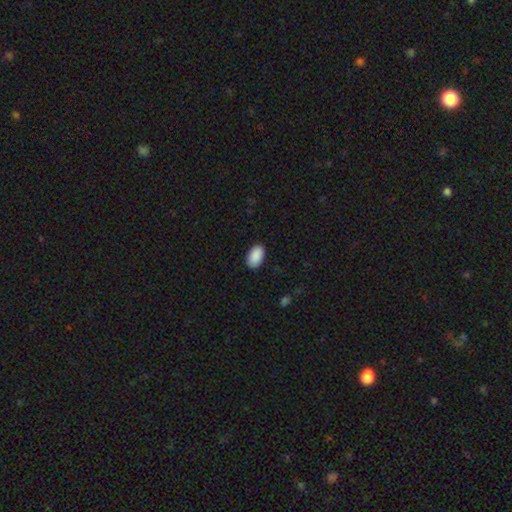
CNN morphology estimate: The model was most divided on "merging": none: 88%, minor disturbance: 9%, major disturbance: 2%, merger: 1%. More confident: how rounded — in between (94%); smooth or featured — smooth (91%).